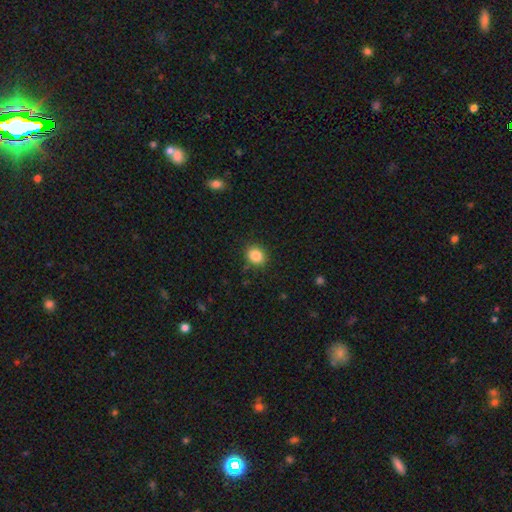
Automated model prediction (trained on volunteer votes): Morphology: type=smooth (86%); roundness=round (62%); merging=none (87%).